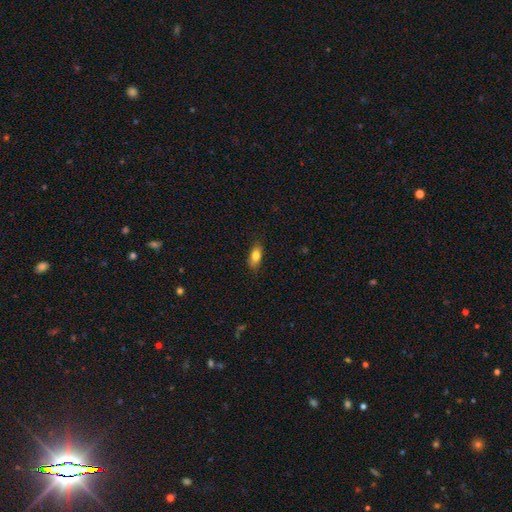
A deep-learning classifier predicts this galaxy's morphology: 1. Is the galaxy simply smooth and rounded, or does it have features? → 79% smooth, 13% featured or disk, 8% star or artifact.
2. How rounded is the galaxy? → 83% in between, 11% cigar-shaped, 6% round.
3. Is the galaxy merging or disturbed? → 82% none, 15% minor disturbance, 3% major disturbance, 1% merger.